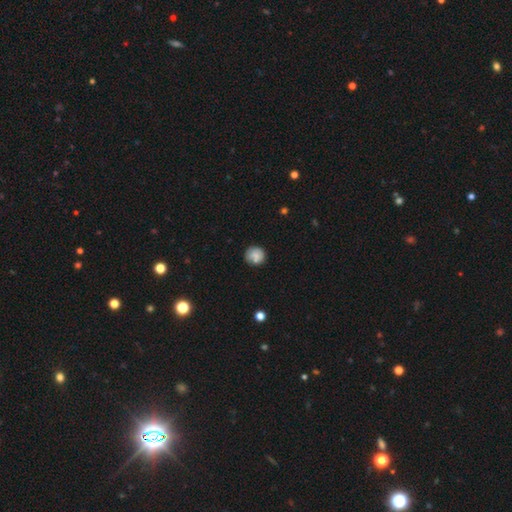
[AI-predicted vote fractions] Smooth or featured?
  - smooth: 77% *
  - featured or disk: 14%
  - star or artifact: 9%
How rounded?
  - round: 88% *
  - in between: 11%
  - cigar-shaped: 1%
Merging?
  - none: 72% *
  - minor disturbance: 18%
  - merger: 5%
  - major disturbance: 4%